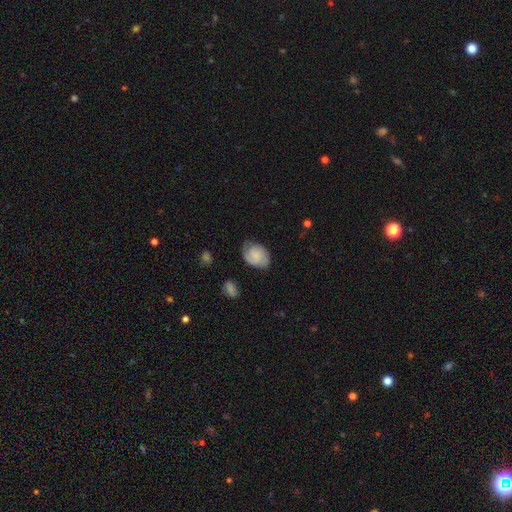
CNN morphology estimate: A featured or disk galaxy (51%).

Vote fractions:
- Smooth or featured? featured or disk: 51% / smooth: 41% / star or artifact: 8%
- Edge-on disk? no: 97% / yes: 3%
- Merging? none: 66% / minor disturbance: 25% / major disturbance: 8% / merger: 2%